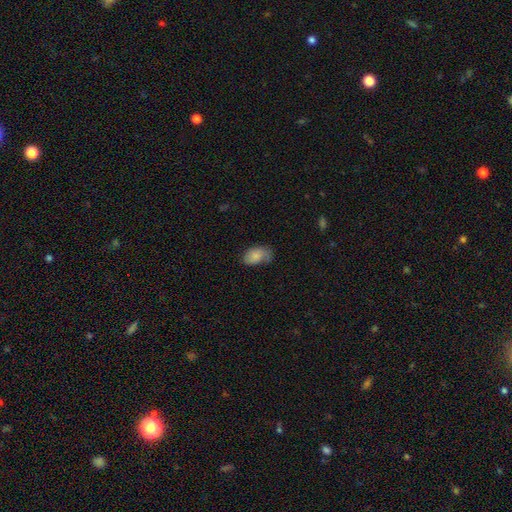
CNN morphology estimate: Overall: smooth (75%). How rounded: in between (90%). Merging: none (49%; minor disturbance 34%).